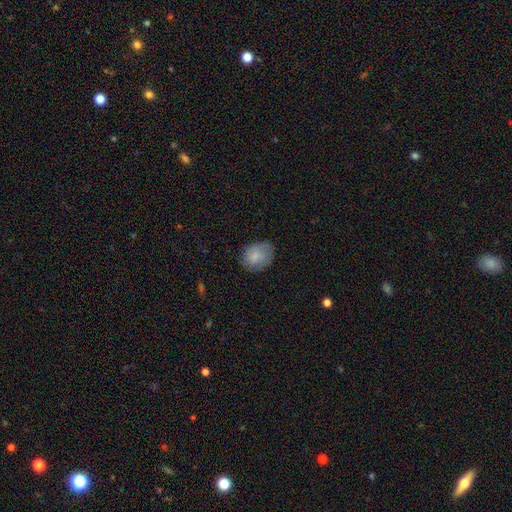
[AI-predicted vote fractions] smooth 75%, featured or disk 17%, star or artifact 8%. Down the decision tree: how rounded — round (56%); merging — none (66%).